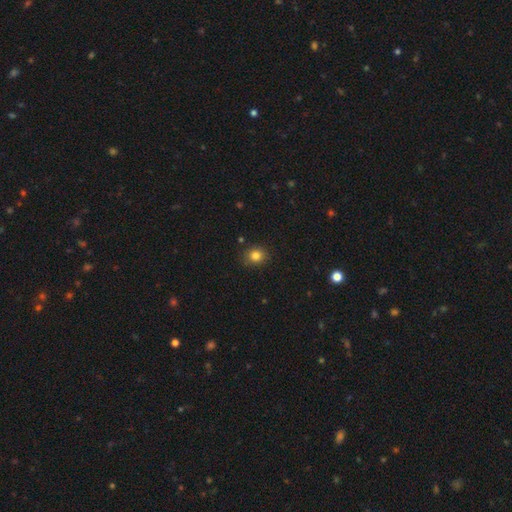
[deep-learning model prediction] Q: Smooth or featured?
A: smooth (83%); runner-up: star or artifact (12%)
Q: How rounded?
A: round (71%); runner-up: in between (28%)
Q: Merging?
A: none (87%); runner-up: minor disturbance (9%)